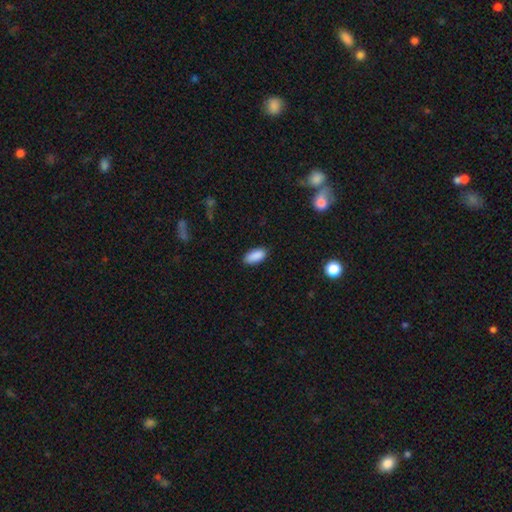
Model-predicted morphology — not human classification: type=smooth (90%); roundness=in between (89%); merging=none (85%).